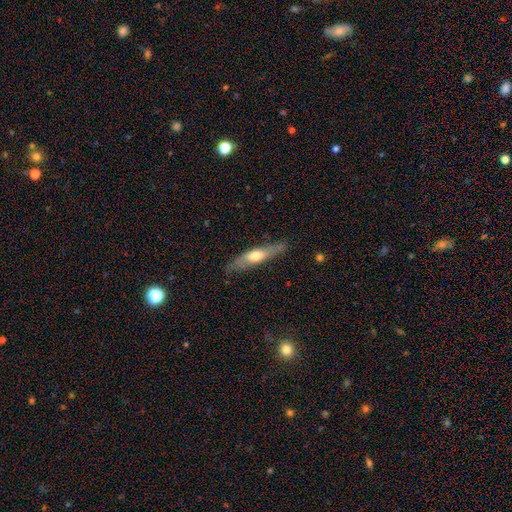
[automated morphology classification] This is possibly a smooth galaxy (49%). Merging: likely none (74%).